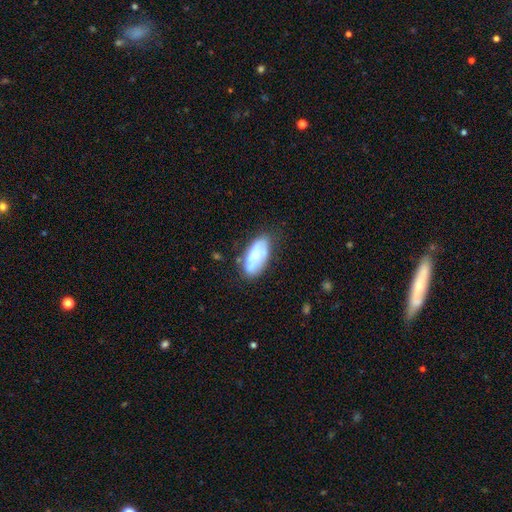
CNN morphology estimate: A smooth galaxy with no disk features (51%) that is in between round and cigar-shaped (90%).

Vote fractions:
- Smooth or featured? smooth: 51% / featured or disk: 42% / star or artifact: 8%
- How rounded? in between: 90% / cigar-shaped: 7% / round: 3%
- Merging? none: 60% / minor disturbance: 25% / major disturbance: 8% / merger: 7%